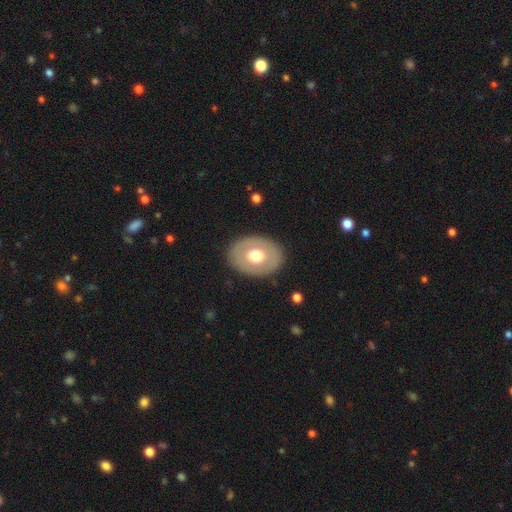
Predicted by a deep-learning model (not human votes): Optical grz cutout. It shows a smooth galaxy with no disk features (56%) that is in between round and cigar-shaped (68%). Merging: none (87%).